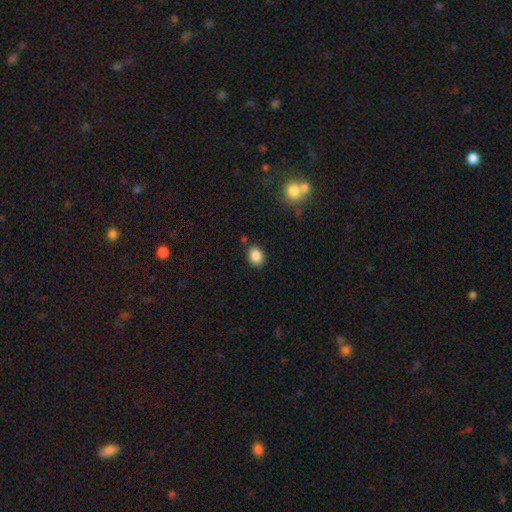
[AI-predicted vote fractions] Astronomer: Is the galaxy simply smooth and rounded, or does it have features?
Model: smooth — 86%.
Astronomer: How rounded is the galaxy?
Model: in between — 55% (runner-up: round, 45%).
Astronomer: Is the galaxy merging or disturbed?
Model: none — 84%.